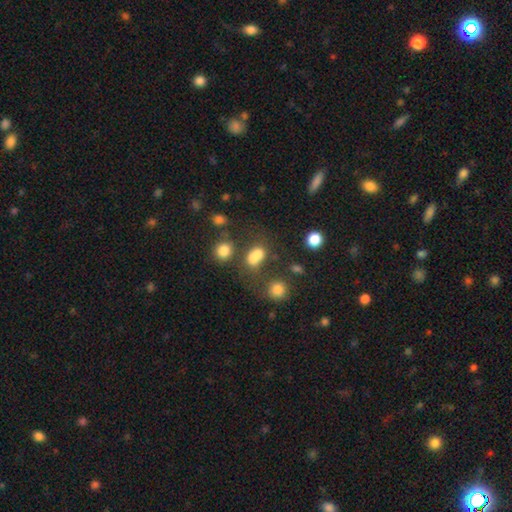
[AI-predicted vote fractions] Smooth or featured?
  - smooth: 73% *
  - star or artifact: 16%
  - featured or disk: 11%
How rounded?
  - in between: 60% *
  - round: 37%
  - cigar-shaped: 2%
Merging?
  - merger: 38% * (tied)
  - none: 38% * (tied)
  - minor disturbance: 14%
  - major disturbance: 10%